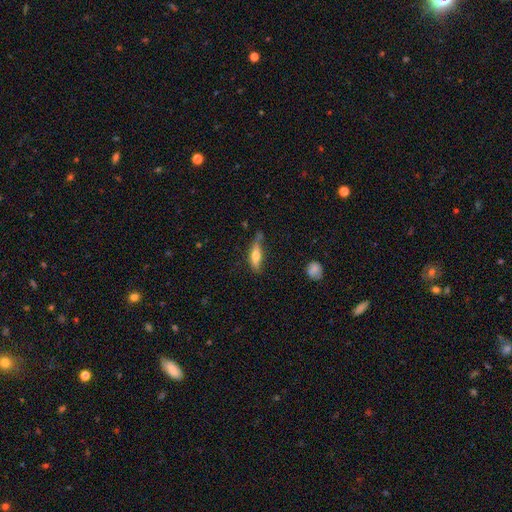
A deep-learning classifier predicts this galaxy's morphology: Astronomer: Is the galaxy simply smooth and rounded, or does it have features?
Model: smooth — 55% (runner-up: featured or disk, 38%).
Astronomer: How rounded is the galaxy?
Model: cigar-shaped — 58% (runner-up: in between, 39%).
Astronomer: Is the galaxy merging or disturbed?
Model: none — 53% (runner-up: minor disturbance, 31%).